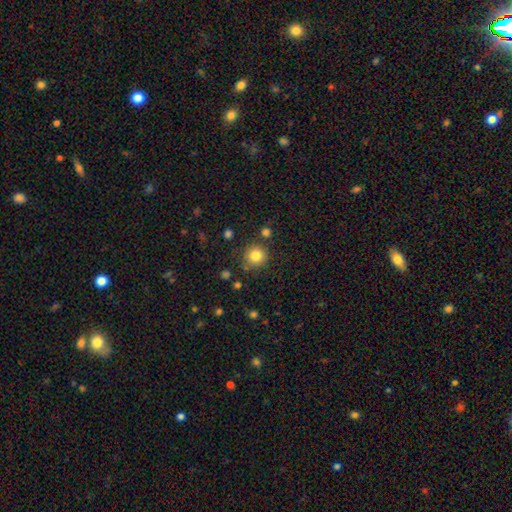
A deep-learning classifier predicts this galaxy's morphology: smooth_or_featured: smooth (p=0.82) [alt: star or artifact p=0.12]
how_rounded: round (p=0.93) [alt: in between p=0.06]
merging: none (p=0.83) [alt: minor disturbance p=0.09]